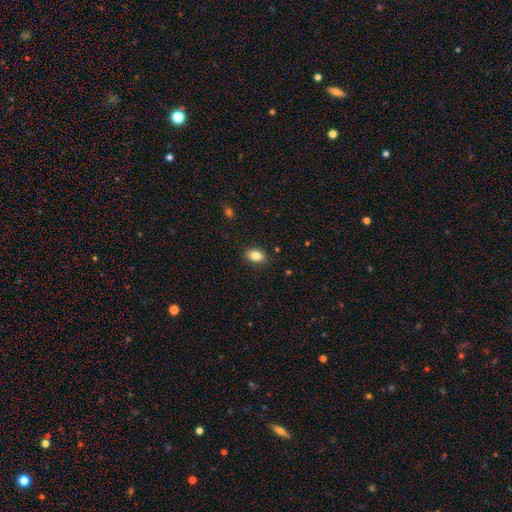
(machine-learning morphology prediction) Q: Smooth or featured?
A: smooth (85%); runner-up: star or artifact (8%)
Q: How rounded?
A: in between (86%); runner-up: round (13%)
Q: Merging?
A: none (88%); runner-up: minor disturbance (9%)